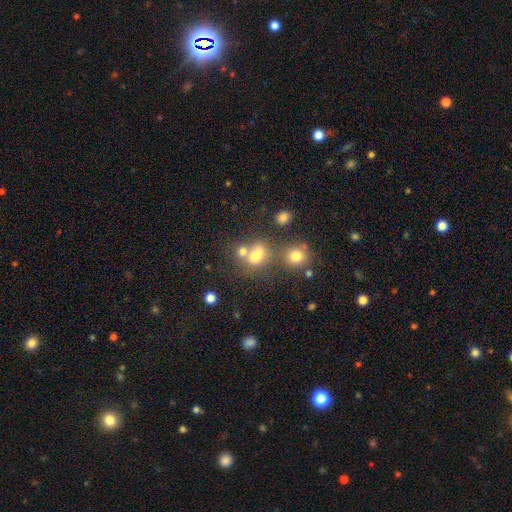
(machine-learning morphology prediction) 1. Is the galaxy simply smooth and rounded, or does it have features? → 64% smooth, 19% star or artifact, 17% featured or disk.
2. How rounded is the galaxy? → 65% round, 34% in between, 1% cigar-shaped.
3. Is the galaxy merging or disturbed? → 48% merger, 36% none, 9% minor disturbance, 7% major disturbance.